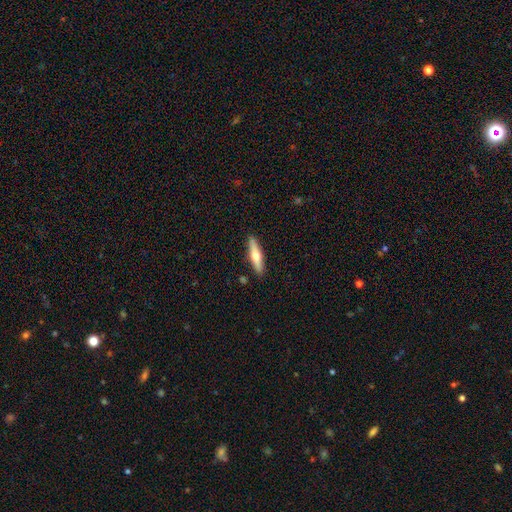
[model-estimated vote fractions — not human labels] smooth-or-featured: featured or disk: 48% | smooth: 47% | star or artifact: 5%
  merging: none: 90% | minor disturbance: 7% | major disturbance: 2% | merger: 1%